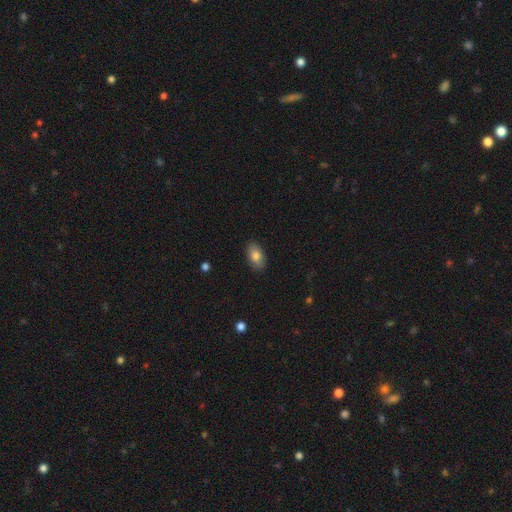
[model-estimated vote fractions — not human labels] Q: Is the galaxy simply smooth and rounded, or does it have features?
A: smooth — 80%.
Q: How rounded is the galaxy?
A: in between — 92%.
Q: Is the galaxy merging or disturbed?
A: none — 88%.